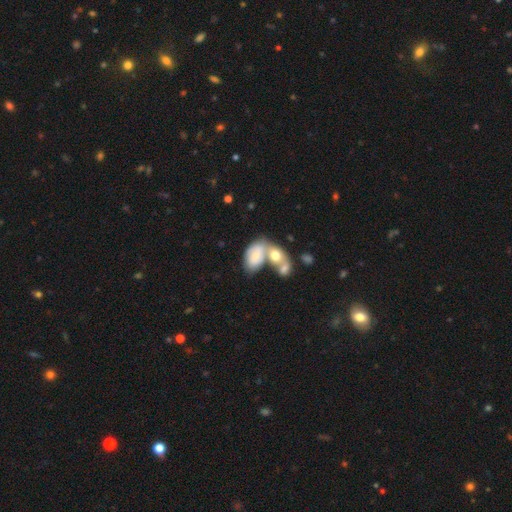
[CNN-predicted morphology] This appears to be a smooth galaxy with no disk features (60%) that is in between round and cigar-shaped (90%). Merging: merger (68%).